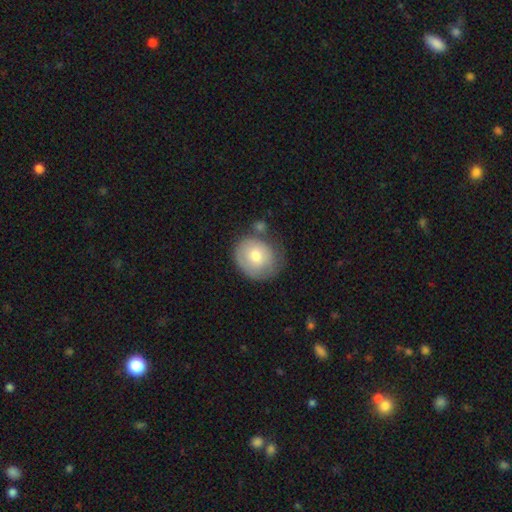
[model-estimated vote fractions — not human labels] Morphology: type=smooth (69%); roundness=round (76%); merging=none (56%).